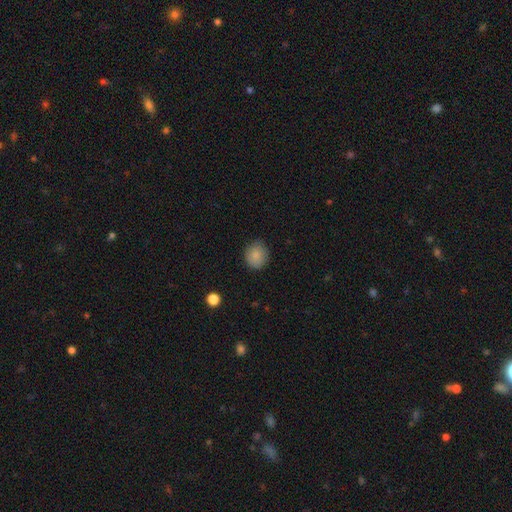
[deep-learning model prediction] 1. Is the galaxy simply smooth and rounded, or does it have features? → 86% smooth, 9% star or artifact, 5% featured or disk.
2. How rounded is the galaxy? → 79% round, 20% in between, 1% cigar-shaped.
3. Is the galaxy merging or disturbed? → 80% none, 15% minor disturbance, 3% major disturbance, 1% merger.